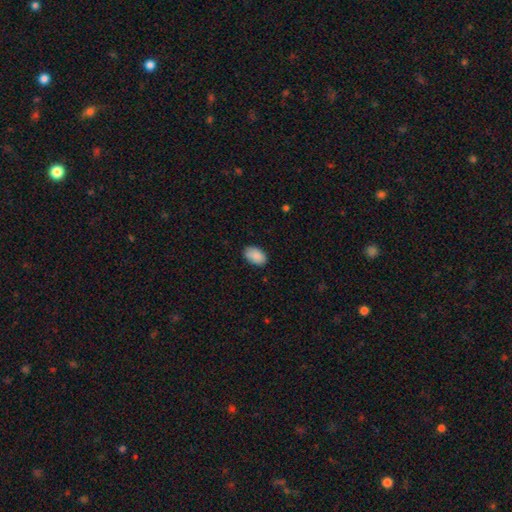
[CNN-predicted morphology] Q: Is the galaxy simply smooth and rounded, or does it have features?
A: smooth — 90%.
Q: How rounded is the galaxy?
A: in between — 92%.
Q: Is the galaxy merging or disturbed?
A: none — 84%.